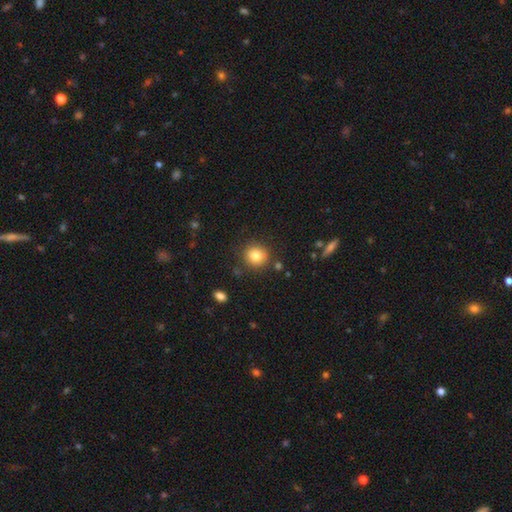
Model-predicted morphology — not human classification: smooth-or-featured: smooth: 82% | star or artifact: 10% | featured or disk: 8%
  how-rounded: round: 88% | in between: 11% | cigar-shaped: 1%
  merging: none: 86% | minor disturbance: 9% | merger: 3% | major disturbance: 3%